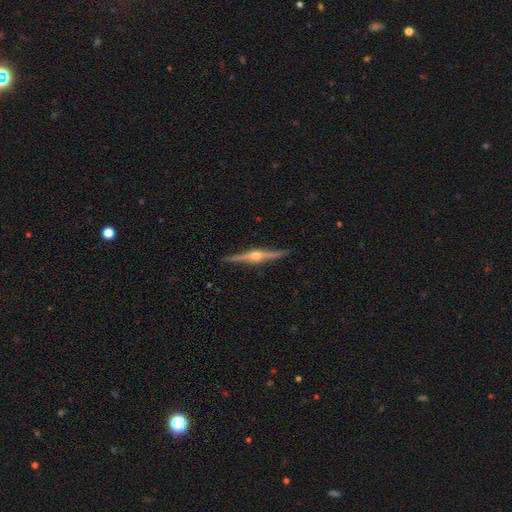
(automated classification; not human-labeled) Overall: featured or disk (89%). Edge-on disk: yes (99%). Edge-on bulge: rounded (94%). Merging: none (92%).